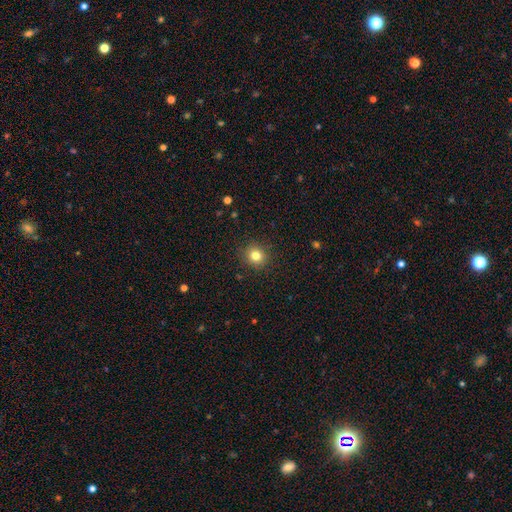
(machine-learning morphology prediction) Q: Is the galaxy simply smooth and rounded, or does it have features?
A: smooth — 81%.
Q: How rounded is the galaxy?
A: round — 88%.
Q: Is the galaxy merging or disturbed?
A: none — 90%.